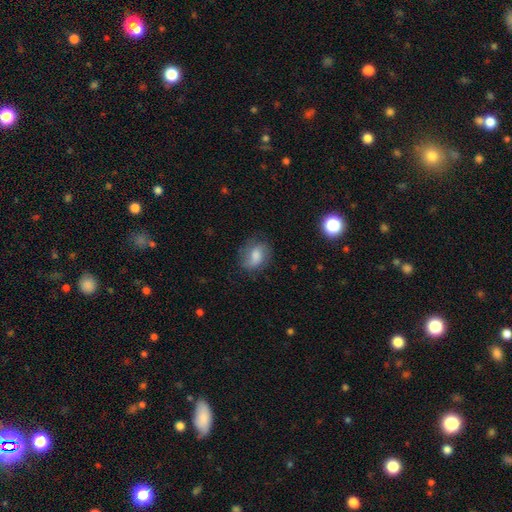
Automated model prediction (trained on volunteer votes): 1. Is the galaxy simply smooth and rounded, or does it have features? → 58% smooth, 32% featured or disk, 10% star or artifact.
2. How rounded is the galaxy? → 63% in between, 35% round, 2% cigar-shaped.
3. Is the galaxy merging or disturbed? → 69% none, 21% minor disturbance, 8% major disturbance, 1% merger.